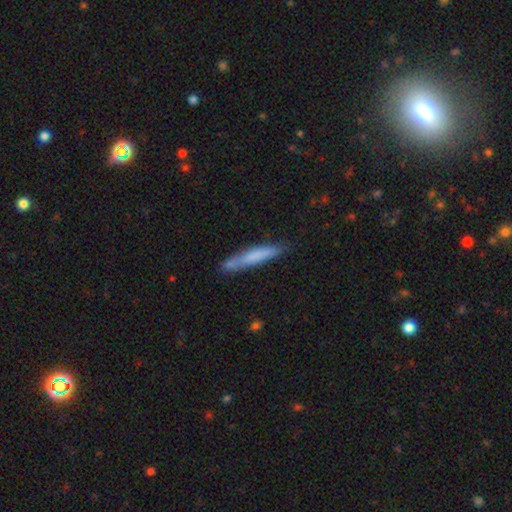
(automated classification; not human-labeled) A smooth galaxy with no disk features (71%) that is cigar-shaped (92%). Merging: none (69%).